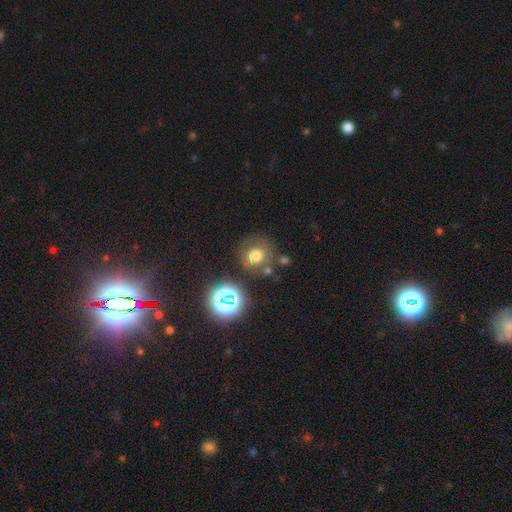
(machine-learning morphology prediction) Smooth or featured: smooth — 65% (star or artifact — 20%)
How rounded: round — 86% (in between — 13%)
Merging: none — 69% (minor disturbance — 14%)